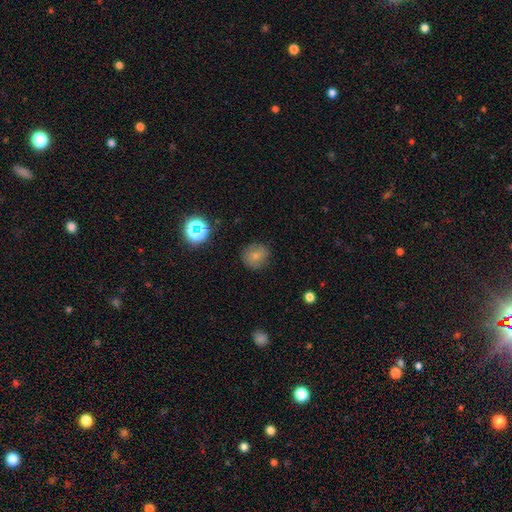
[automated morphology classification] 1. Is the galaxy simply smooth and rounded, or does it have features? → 72% smooth, 15% star or artifact, 13% featured or disk.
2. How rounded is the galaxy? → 85% round, 14% in between, 1% cigar-shaped.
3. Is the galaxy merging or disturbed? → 81% none, 13% minor disturbance, 4% major disturbance, 1% merger.